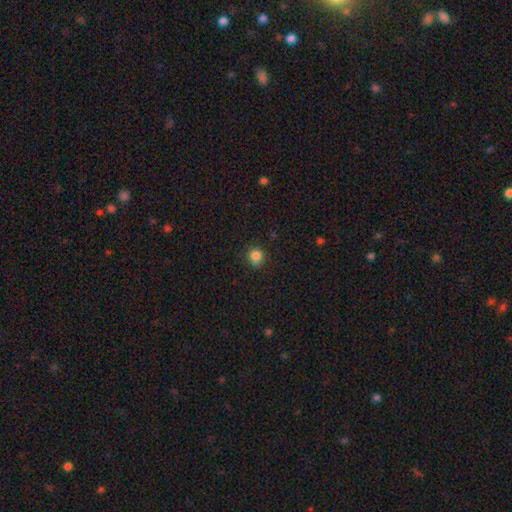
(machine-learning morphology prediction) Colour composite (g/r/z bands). It shows a smooth galaxy with no disk features (84%) that is round (84%). Merging: none (79%).